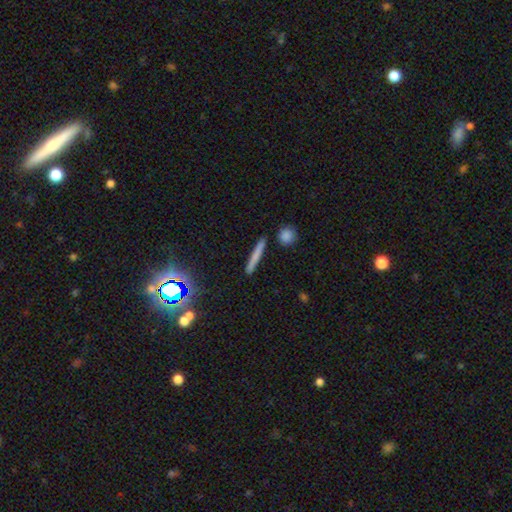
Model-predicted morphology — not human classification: Smooth or featured?
  - smooth: 69% *
  - featured or disk: 22%
  - star or artifact: 10%
How rounded?
  - cigar-shaped: 93% *
  - in between: 4%
  - round: 3%
Merging?
  - none: 87% *
  - minor disturbance: 8%
  - merger: 3%
  - major disturbance: 2%